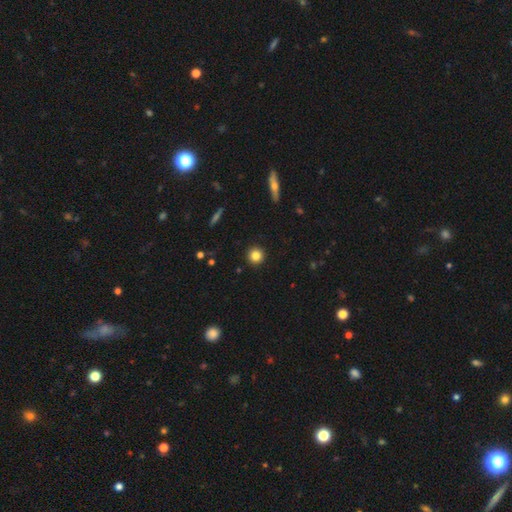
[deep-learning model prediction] This is clearly a smooth galaxy (83%). How rounded: clearly round (95%). Merging: clearly none (93%).